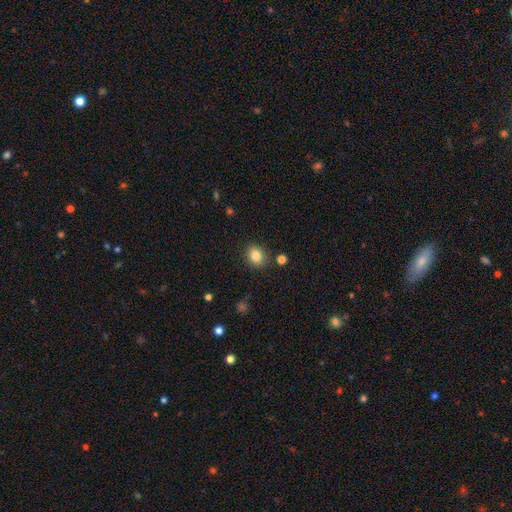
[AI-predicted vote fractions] smooth-or-featured: smooth: 83% | star or artifact: 10% | featured or disk: 6%
  how-rounded: round: 55% | in between: 44% | cigar-shaped: 1%
  merging: none: 86% | minor disturbance: 9% | merger: 3% | major disturbance: 3%